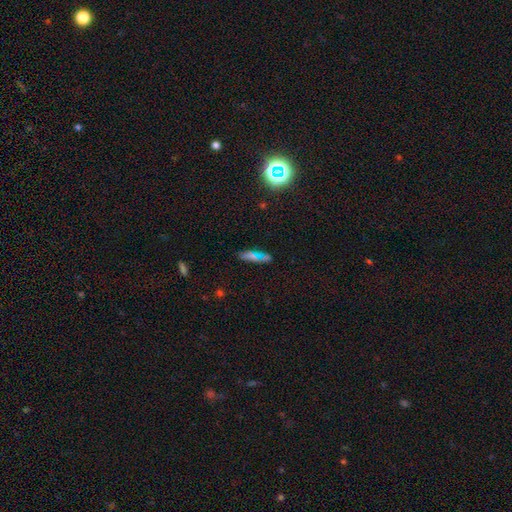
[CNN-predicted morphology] This appears to be a smooth galaxy with no disk features (57%) that is in between round and cigar-shaped (51%). Merging: none (69%).